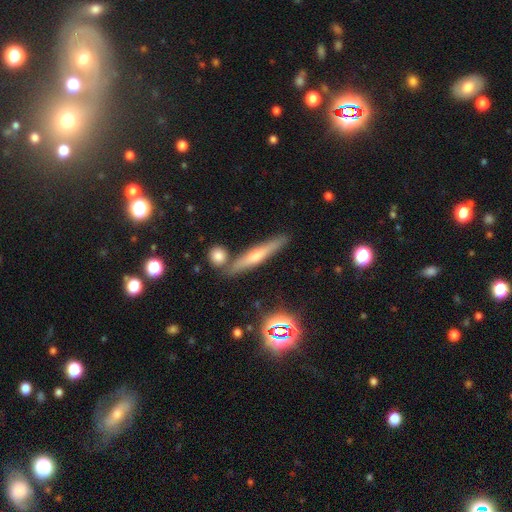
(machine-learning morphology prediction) Overall: featured or disk (54%; smooth 36%). Edge-on disk: yes (95%). Edge-on bulge: rounded (80%). Merging: none (82%).